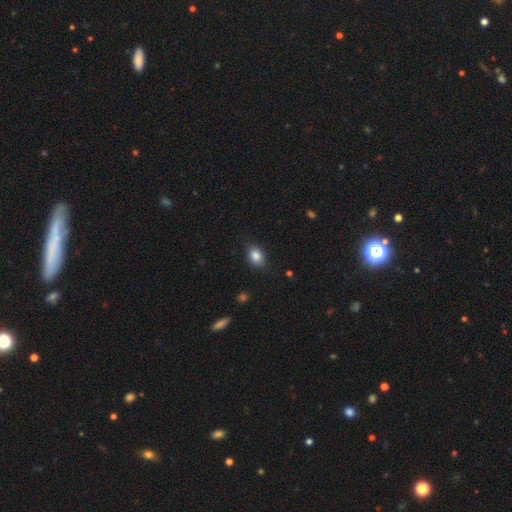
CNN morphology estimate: This appears to be a smooth galaxy with no disk features (85%) that is in between round and cigar-shaped (73%). Merging: none (82%).